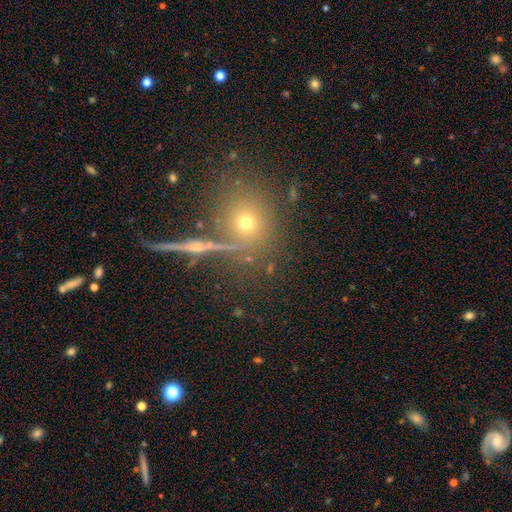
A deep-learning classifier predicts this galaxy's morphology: type=smooth (45%); merging=none (71%).